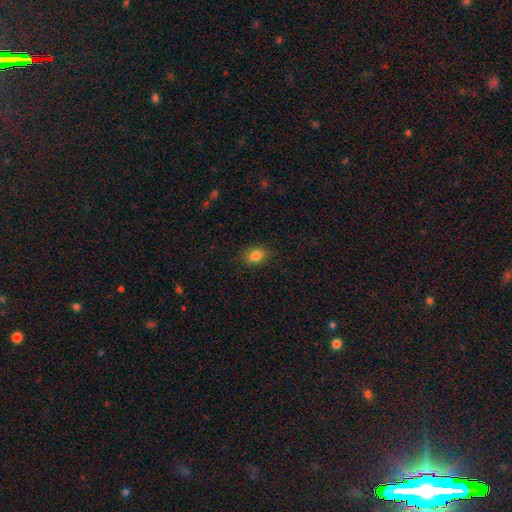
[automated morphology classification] smooth_or_featured: smooth (p=0.84) [alt: star or artifact p=0.11]
how_rounded: in between (p=0.57) [alt: round p=0.42]
merging: none (p=0.86) [alt: minor disturbance p=0.10]